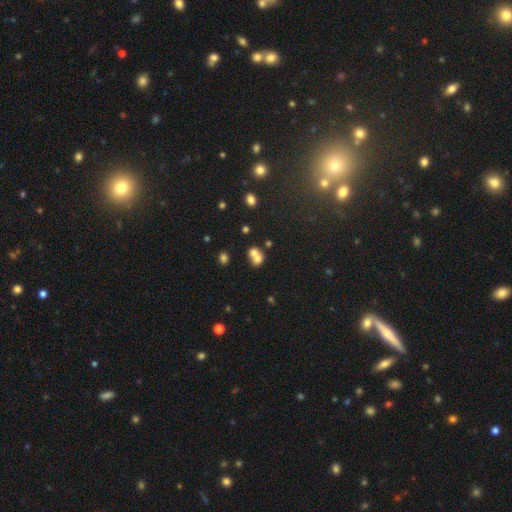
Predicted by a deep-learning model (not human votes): A smooth galaxy with no disk features (67%) that is round (65%). Merging: merger (64%).